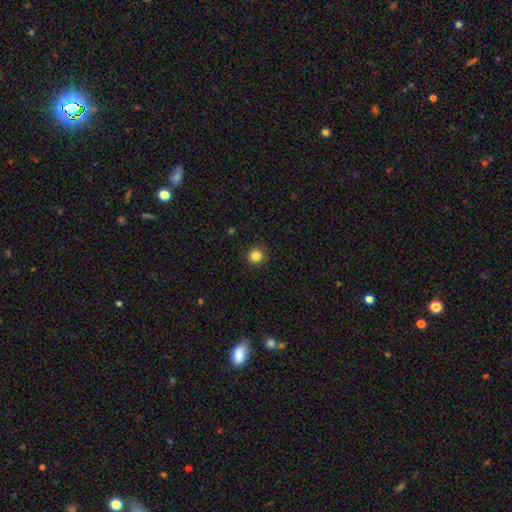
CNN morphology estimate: Smooth or featured: smooth — 84% (star or artifact — 12%)
How rounded: round — 96% (in between — 3%)
Merging: none — 92% (minor disturbance — 5%)